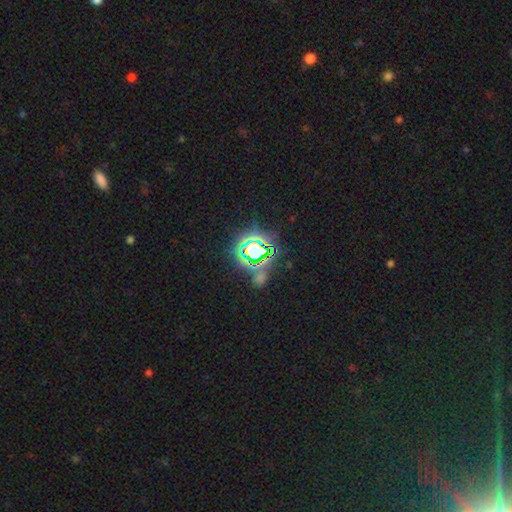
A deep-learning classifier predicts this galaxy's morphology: type=star or artifact (77%).